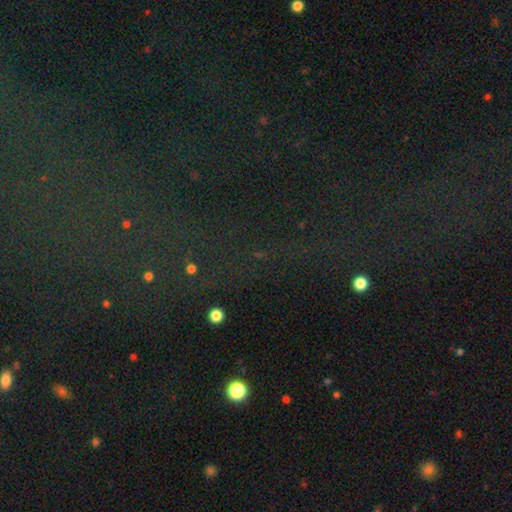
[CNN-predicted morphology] A star or artifact, not a galaxy (78%).

Vote fractions:
- Smooth or featured? star or artifact: 78% / smooth: 12% / featured or disk: 10%